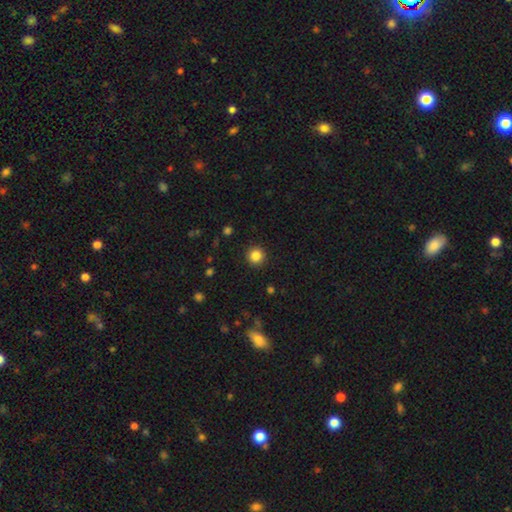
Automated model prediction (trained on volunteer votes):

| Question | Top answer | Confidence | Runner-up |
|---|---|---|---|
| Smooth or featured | smooth | 84% | star or artifact (11%) |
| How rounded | round | 95% | in between (4%) |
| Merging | none | 92% | minor disturbance (5%) |